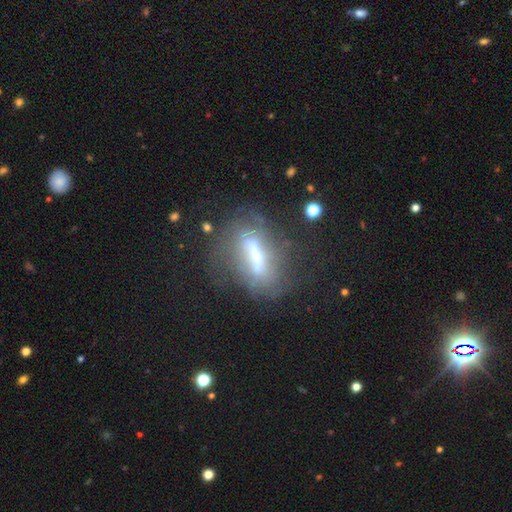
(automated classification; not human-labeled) Q: Smooth or featured?
A: featured or disk (64%); runner-up: smooth (25%)
Q: Edge-on disk?
A: no (70%); runner-up: yes (30%)
Q: Merging?
A: none (54%); runner-up: major disturbance (21%)